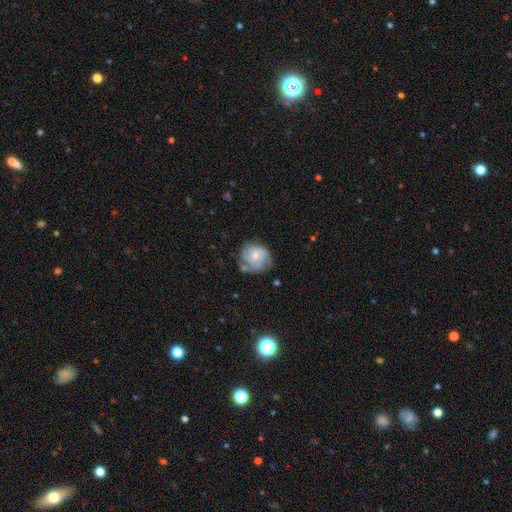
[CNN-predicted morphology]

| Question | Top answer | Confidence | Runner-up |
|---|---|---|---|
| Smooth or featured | featured or disk | 67% | smooth (27%) |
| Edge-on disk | no | 98% | yes (2%) |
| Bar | no | 67% | weak (29%) |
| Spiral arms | yes | 91% | no (9%) |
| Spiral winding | tight | 57% | medium (33%) |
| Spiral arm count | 3 | 31% | can't tell (26%) |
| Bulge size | small | 50% | moderate (41%) |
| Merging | none | 60% | minor disturbance (25%) |